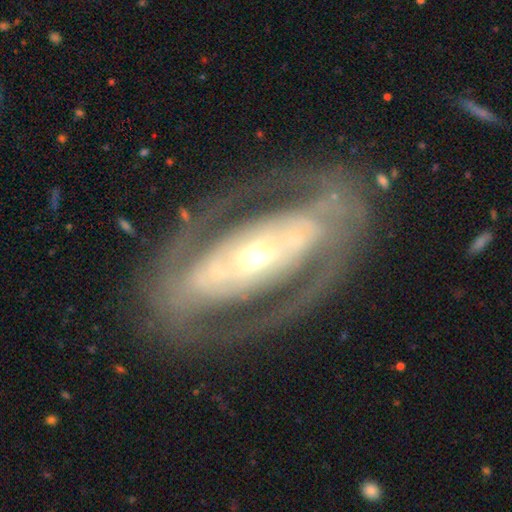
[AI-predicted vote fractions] The model was most divided on "bulge size": moderate: 45%, small: 44%, large: 8%, dominant: 2%, none: 1%. Remaining: edge-on disk — no (90%); smooth or featured — featured or disk (82%); merging — none (76%); spiral arms — yes (60%); bar — no (45%).